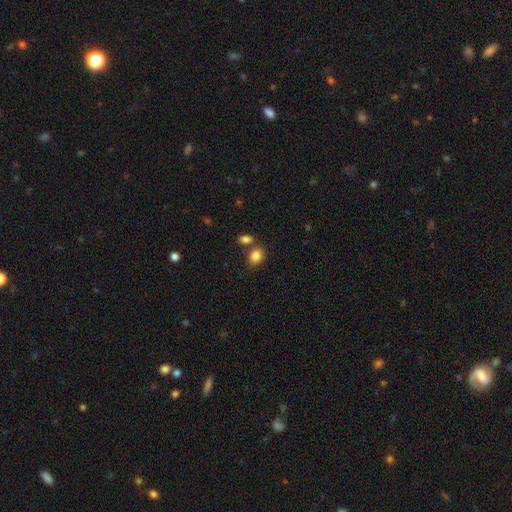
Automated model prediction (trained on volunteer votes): Morphology: type=smooth (85%); roundness=in between (73%); merging=none (65%).